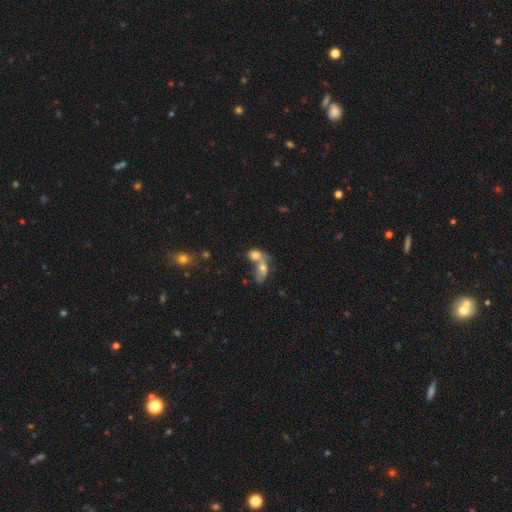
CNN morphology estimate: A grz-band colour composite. It shows a smooth galaxy with no disk features (70%) that is in between round and cigar-shaped (68%). Merging: merger (73%).